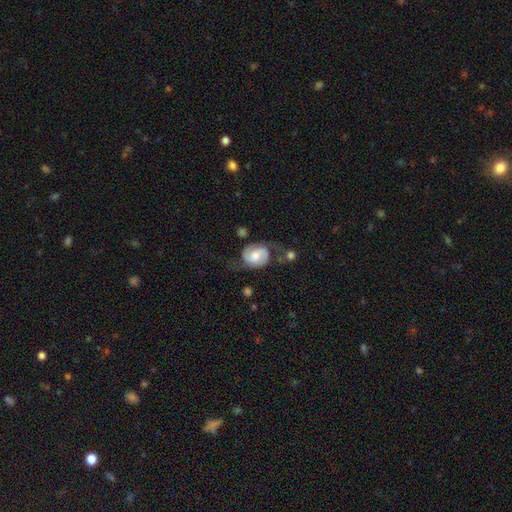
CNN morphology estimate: featured or disk 65%, smooth 28%, star or artifact 7%. Down the decision tree: edge-on disk — no (97%); bar — no (54%); spiral arms — yes (91%); spiral arm count — 2 (86%); spiral winding — medium (45%); bulge size — moderate (54%); merging — none (50%).